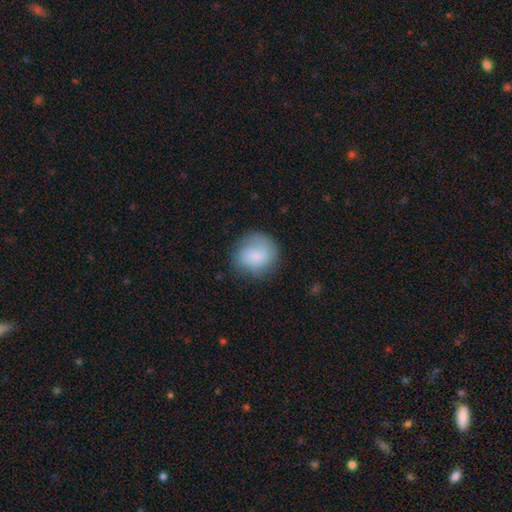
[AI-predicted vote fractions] Smooth or featured?
  - smooth: 70% *
  - featured or disk: 22%
  - star or artifact: 8%
How rounded?
  - round: 87% *
  - in between: 12%
  - cigar-shaped: 1%
Merging?
  - none: 72% *
  - minor disturbance: 18%
  - major disturbance: 9%
  - merger: 2%